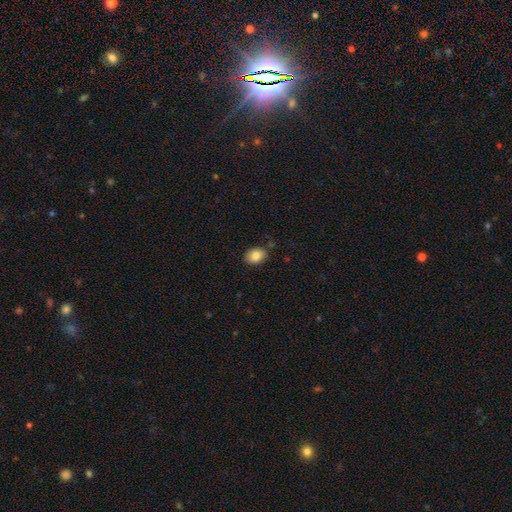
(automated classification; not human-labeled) smooth_or_featured: smooth (p=0.85) [alt: star or artifact p=0.08]
how_rounded: in between (p=0.76) [alt: round p=0.23]
merging: none (p=0.83) [alt: minor disturbance p=0.12]